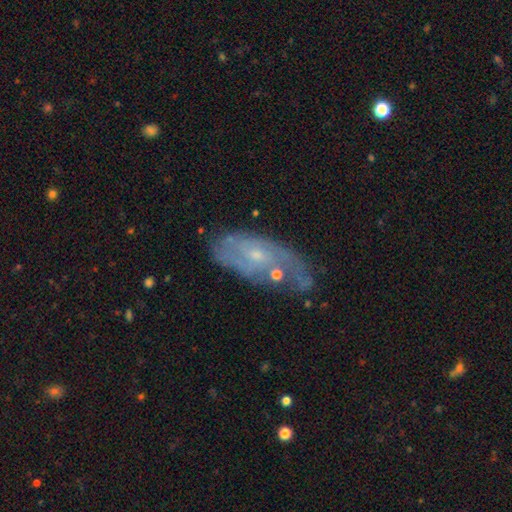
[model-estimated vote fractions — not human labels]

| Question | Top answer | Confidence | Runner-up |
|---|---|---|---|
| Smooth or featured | featured or disk | 67% | smooth (24%) |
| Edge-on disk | no | 89% | yes (11%) |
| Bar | no | 69% | weak (27%) |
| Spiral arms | yes | 69% | no (31%) |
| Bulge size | small | 69% | moderate (24%) |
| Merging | none | 56% | minor disturbance (25%) |